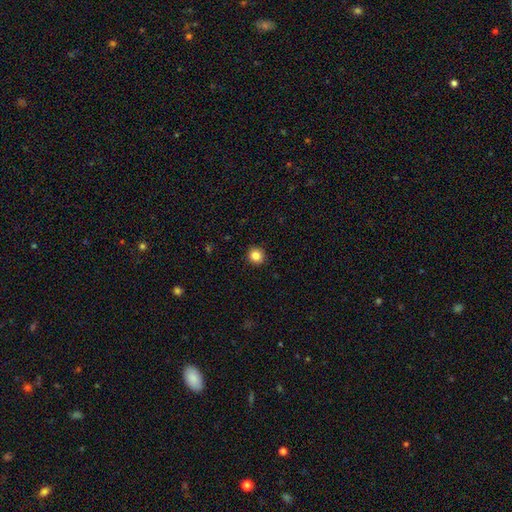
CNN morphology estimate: The model was most divided on "smooth or featured": smooth: 84%, star or artifact: 11%, featured or disk: 5%. More confident: how rounded — round (93%); merging — none (92%).